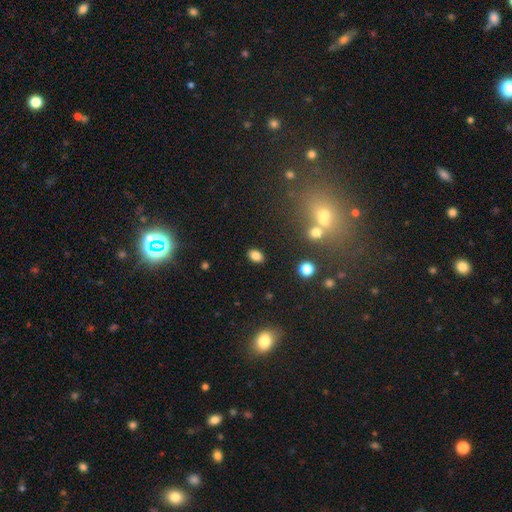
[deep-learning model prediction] Q: Smooth or featured?
A: smooth (81%); runner-up: star or artifact (13%)
Q: How rounded?
A: in between (84%); runner-up: round (14%)
Q: Merging?
A: none (88%); runner-up: minor disturbance (8%)